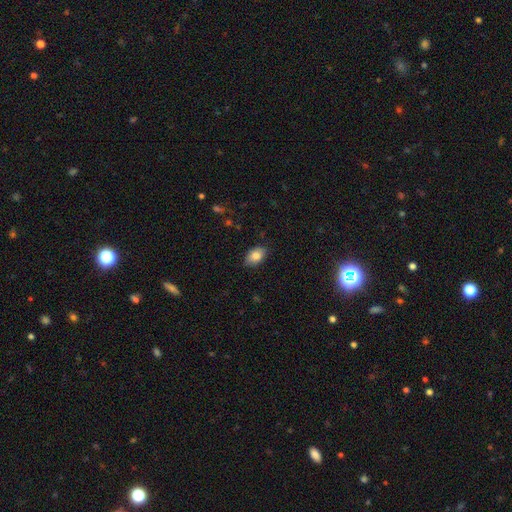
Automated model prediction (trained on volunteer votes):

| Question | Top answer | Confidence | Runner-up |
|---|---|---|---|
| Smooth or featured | smooth | 83% | featured or disk (10%) |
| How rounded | in between | 91% | round (8%) |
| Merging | none | 82% | minor disturbance (15%) |